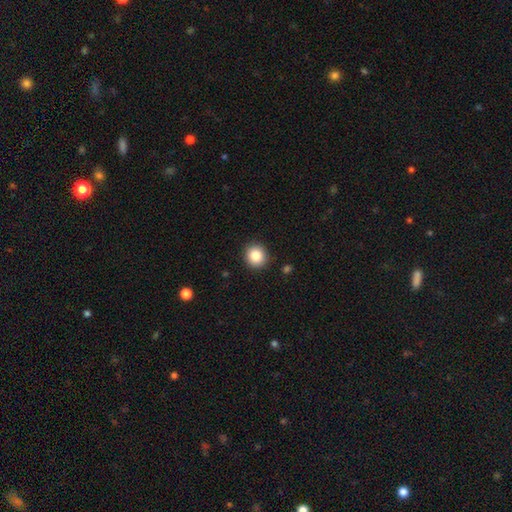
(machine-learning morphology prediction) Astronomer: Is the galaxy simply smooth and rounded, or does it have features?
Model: smooth — 86%.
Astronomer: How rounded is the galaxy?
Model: round — 88%.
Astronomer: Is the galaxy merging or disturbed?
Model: none — 90%.